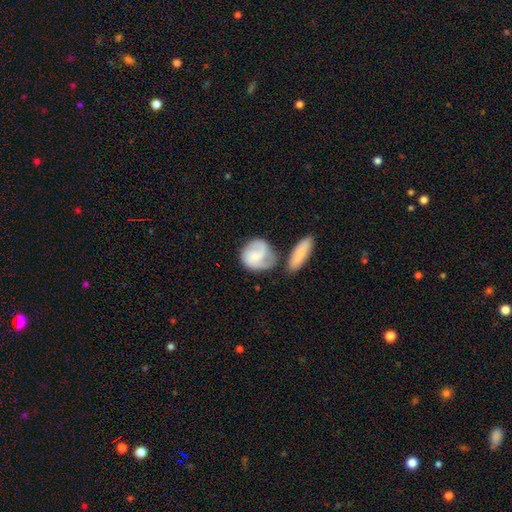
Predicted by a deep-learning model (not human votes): A smooth galaxy with no disk features (52%) that is round (73%). Merging: none (47%).